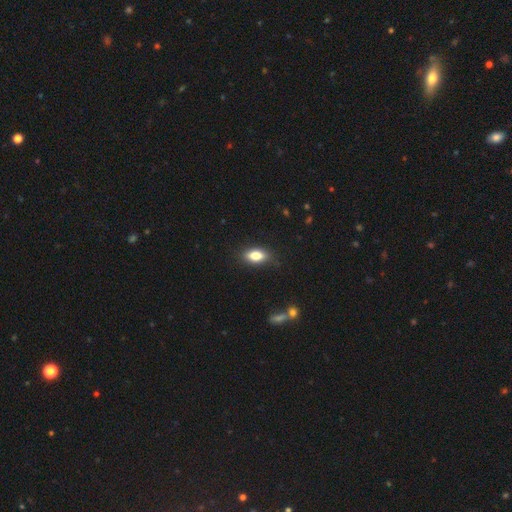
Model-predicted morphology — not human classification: smooth 82%, featured or disk 11%, star or artifact 8%. Down the decision tree: how rounded — in between (86%); merging — none (85%).